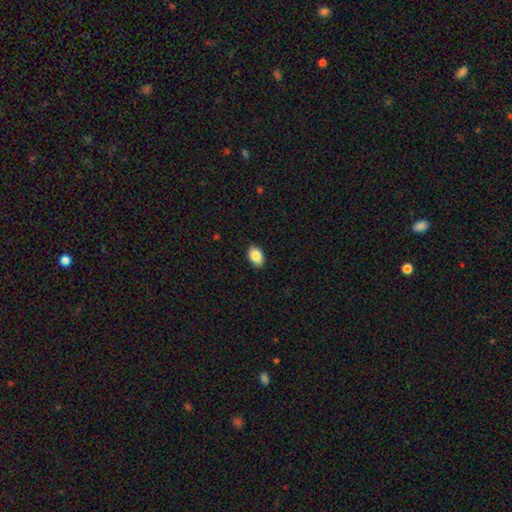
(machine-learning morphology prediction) Overall: smooth (88%). How rounded: in between (88%). Merging: none (89%).